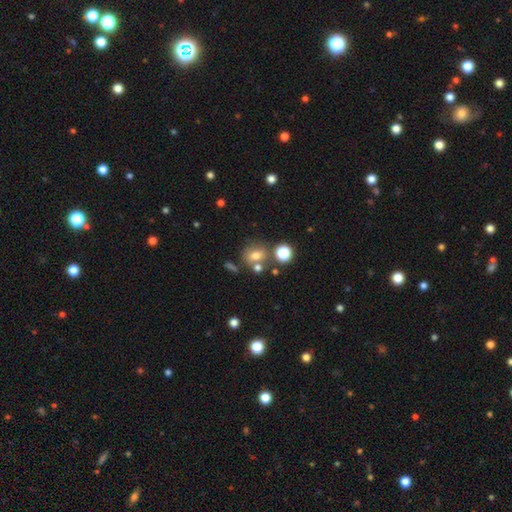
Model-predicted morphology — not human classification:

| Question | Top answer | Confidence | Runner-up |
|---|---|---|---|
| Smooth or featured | smooth | 67% | star or artifact (17%) |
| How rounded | round | 66% | in between (32%) |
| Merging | none | 59% | merger (22%) |